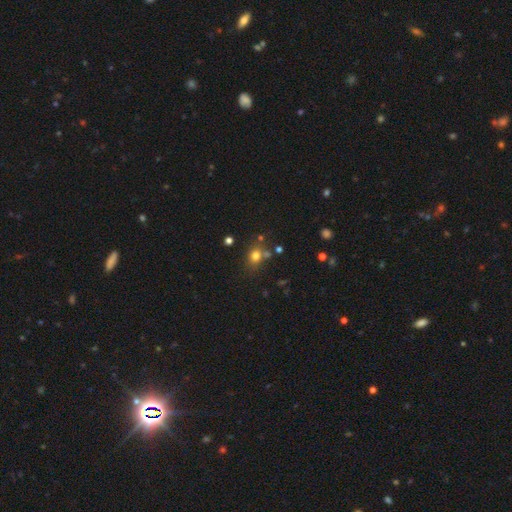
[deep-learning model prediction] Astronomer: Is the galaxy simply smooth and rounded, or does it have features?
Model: smooth — 75%.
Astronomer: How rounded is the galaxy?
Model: round — 60% (runner-up: in between, 39%).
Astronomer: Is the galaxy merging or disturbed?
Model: none — 66%.